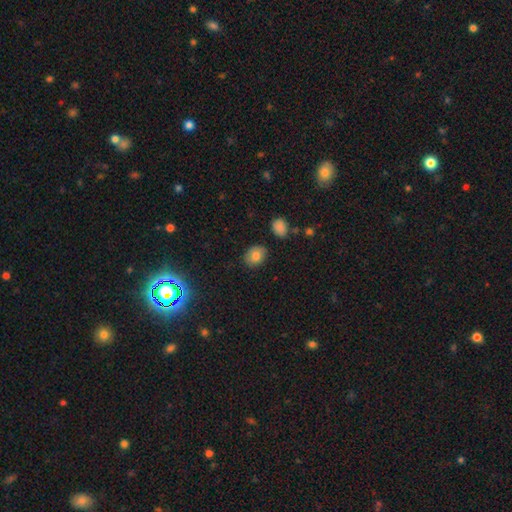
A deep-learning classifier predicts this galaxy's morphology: Smooth or featured? Predicted: smooth (p=0.81). How rounded? Predicted: in between (p=0.54). Merging? Predicted: none (p=0.82).